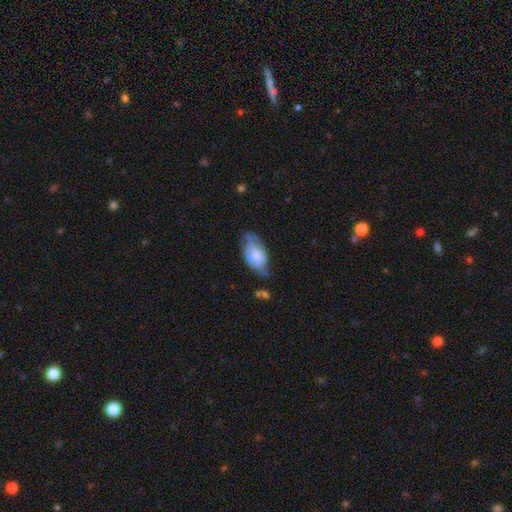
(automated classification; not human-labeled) smooth-or-featured: smooth: 56% | featured or disk: 37% | star or artifact: 7%
  how-rounded: in between: 93% | round: 4% | cigar-shaped: 3%
  merging: none: 38% | minor disturbance: 36% | major disturbance: 18% | merger: 9%